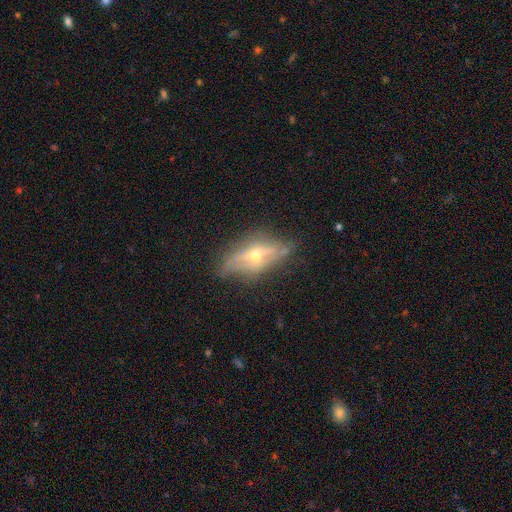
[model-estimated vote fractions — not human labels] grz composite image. It shows a featured or disk galaxy (72%) viewed edge-on (79%) with a rounded central bulge (91%). Merging: none (73%).